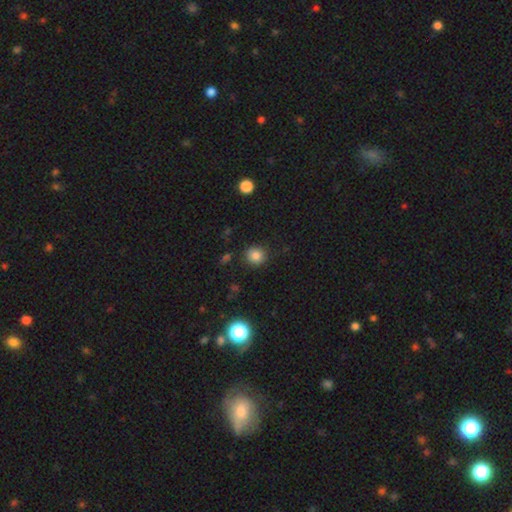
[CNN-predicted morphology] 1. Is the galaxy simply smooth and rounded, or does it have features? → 81% smooth, 13% star or artifact, 6% featured or disk.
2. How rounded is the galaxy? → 89% round, 10% in between, 1% cigar-shaped.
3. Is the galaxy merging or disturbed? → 87% none, 9% minor disturbance, 3% major disturbance, 2% merger.